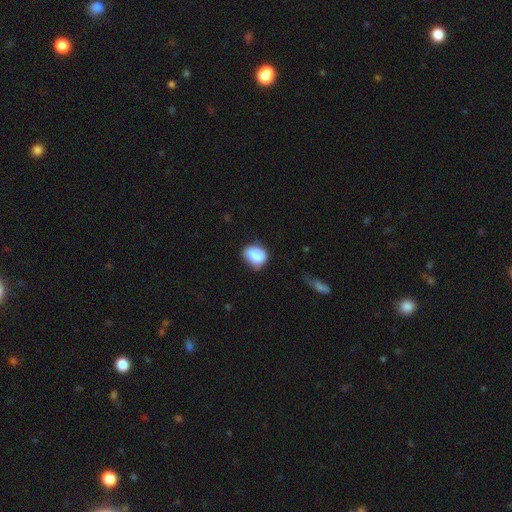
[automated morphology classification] Q: Smooth or featured?
A: smooth (82%); runner-up: featured or disk (10%)
Q: How rounded?
A: in between (59%); runner-up: round (39%)
Q: Merging?
A: none (57%); runner-up: minor disturbance (32%)